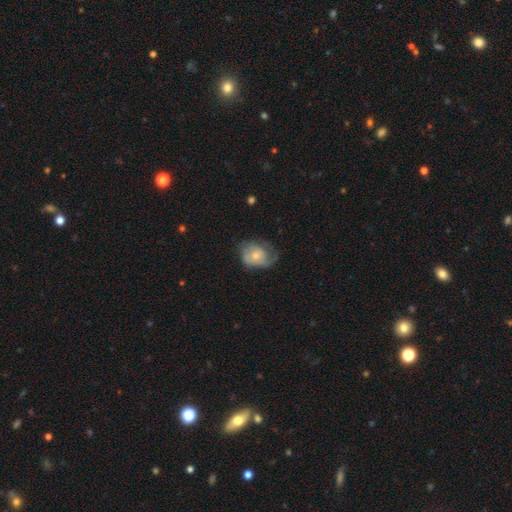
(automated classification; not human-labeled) Morphology: type=smooth (49%); merging=none (41%).